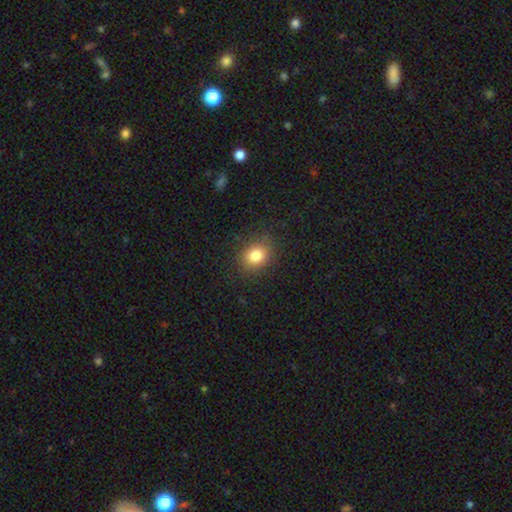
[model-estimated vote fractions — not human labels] A smooth galaxy with no disk features (81%) that is round (59%).

Vote fractions:
- Smooth or featured? smooth: 81% / star or artifact: 12% / featured or disk: 7%
- How rounded? round: 59% / in between: 40% / cigar-shaped: 1%
- Merging? none: 86% / minor disturbance: 10% / major disturbance: 3% / merger: 1%